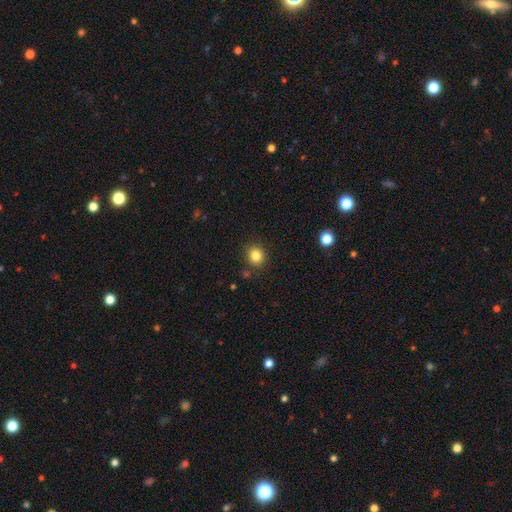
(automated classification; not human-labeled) smooth-or-featured: smooth: 83% | star or artifact: 11% | featured or disk: 5%
  how-rounded: round: 85% | in between: 14% | cigar-shaped: 1%
  merging: none: 87% | minor disturbance: 8% | merger: 3% | major disturbance: 2%